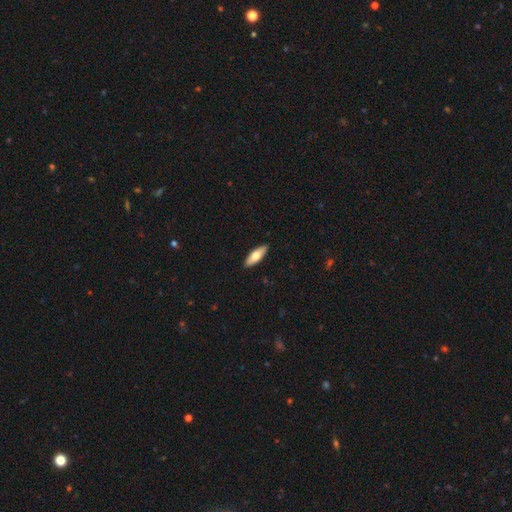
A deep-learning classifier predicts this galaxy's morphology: The model was most divided on "how rounded": in between: 56%, cigar-shaped: 42%, round: 2%. More confident: merging — none (90%); smooth or featured — smooth (68%).